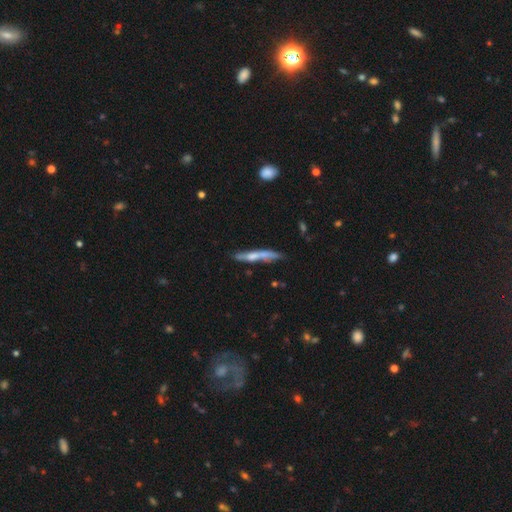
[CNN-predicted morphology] Q: Smooth or featured?
A: smooth (47%); runner-up: featured or disk (46%)
Q: Merging?
A: none (62%); runner-up: minor disturbance (22%)